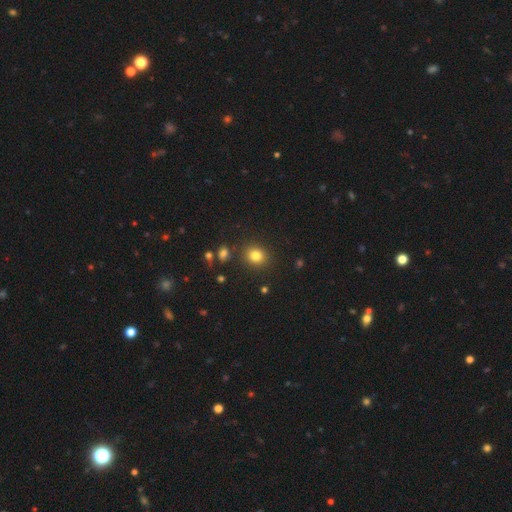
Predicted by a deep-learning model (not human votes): Morphology: type=smooth (81%); roundness=round (73%); merging=none (86%).